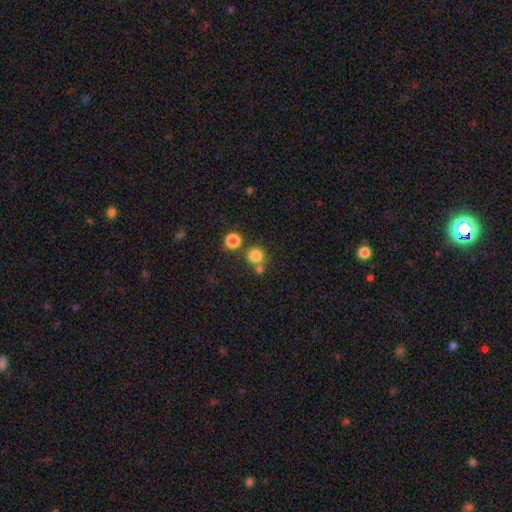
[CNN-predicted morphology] smooth-or-featured: smooth: 81% | star or artifact: 14% | featured or disk: 5%
  how-rounded: round: 91% | in between: 8% | cigar-shaped: 1%
  merging: none: 69% | merger: 20% | minor disturbance: 8% | major disturbance: 3%